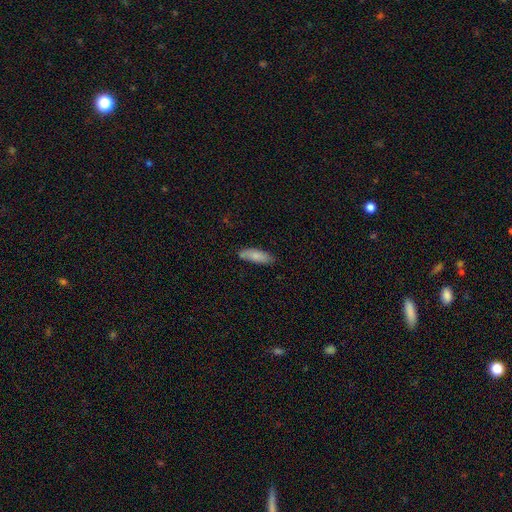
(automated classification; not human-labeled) Q: Smooth or featured?
A: smooth (82%); runner-up: featured or disk (12%)
Q: How rounded?
A: in between (58%); runner-up: cigar-shaped (41%)
Q: Merging?
A: none (73%); runner-up: minor disturbance (18%)